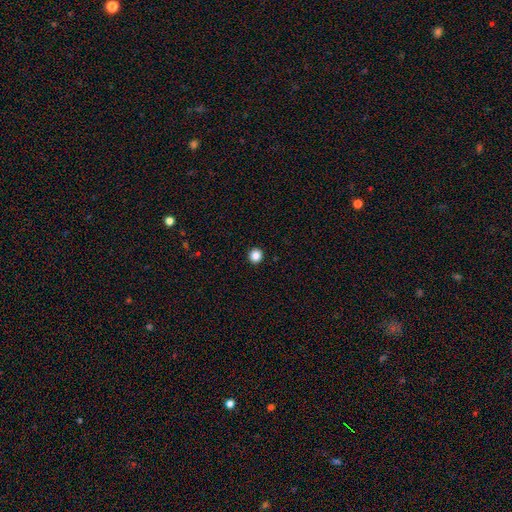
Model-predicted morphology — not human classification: smooth 86%, star or artifact 11%, featured or disk 4%. Down the decision tree: how rounded — round (94%); merging — none (94%).